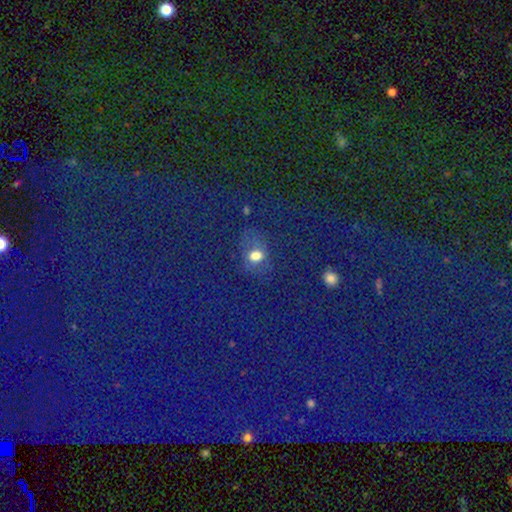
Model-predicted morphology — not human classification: This is possibly a smooth galaxy (50%). Merging: likely none (65%).